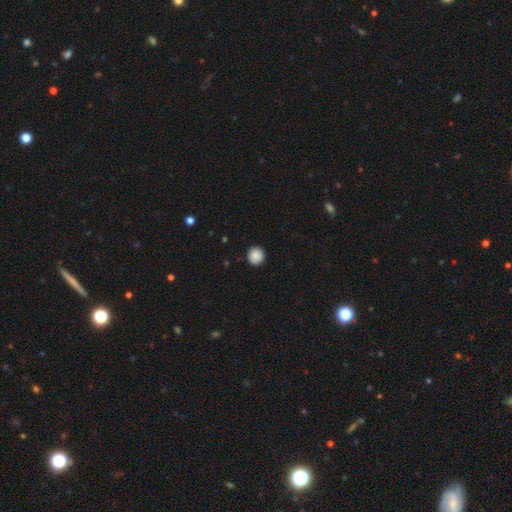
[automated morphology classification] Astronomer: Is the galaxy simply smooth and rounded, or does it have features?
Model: smooth — 88%.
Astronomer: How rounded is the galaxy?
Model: round — 92%.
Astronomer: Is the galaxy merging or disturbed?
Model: none — 91%.